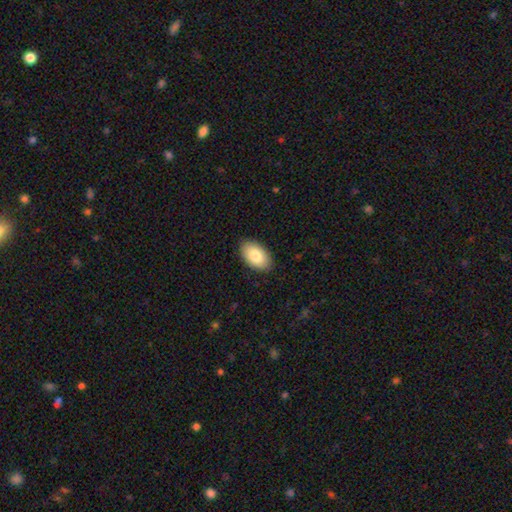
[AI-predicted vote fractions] Smooth or featured? smooth (83%)
How rounded? in between (95%)
Merging? none (88%)